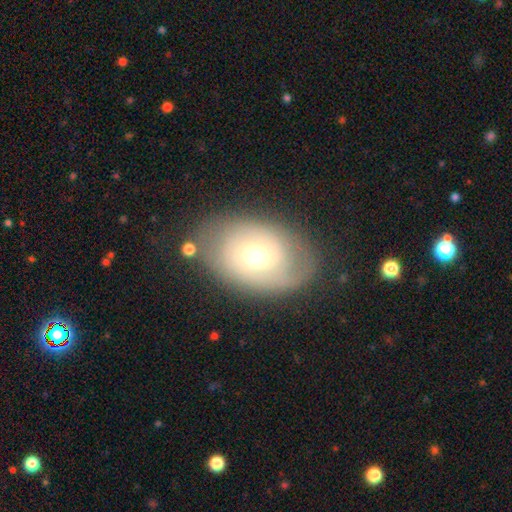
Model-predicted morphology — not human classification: featured or disk 69%, smooth 24%, star or artifact 7%. Down the decision tree: edge-on disk — no (95%); bar — weak (47%); spiral arms — yes (84%); spiral arm count — 2 (57%); spiral winding — tight (54%); bulge size — moderate (65%); merging — none (75%).